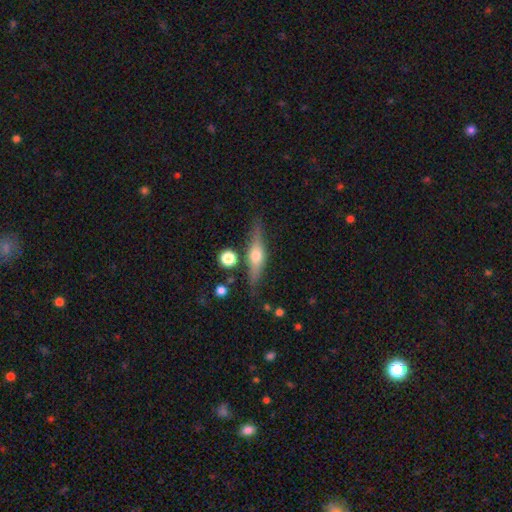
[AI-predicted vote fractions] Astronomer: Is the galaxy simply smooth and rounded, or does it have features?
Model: featured or disk — 65%.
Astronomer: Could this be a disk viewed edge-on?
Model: yes — 93%.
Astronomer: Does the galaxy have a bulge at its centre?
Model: rounded — 92%.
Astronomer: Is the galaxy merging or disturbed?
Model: none — 81%.